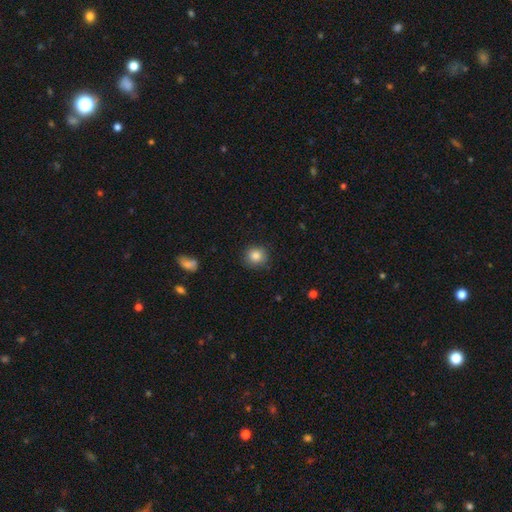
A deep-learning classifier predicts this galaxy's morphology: The model was most divided on "merging": none: 85%, minor disturbance: 11%, major disturbance: 3%, merger: 1%. More confident: how rounded — round (87%); smooth or featured — smooth (85%).